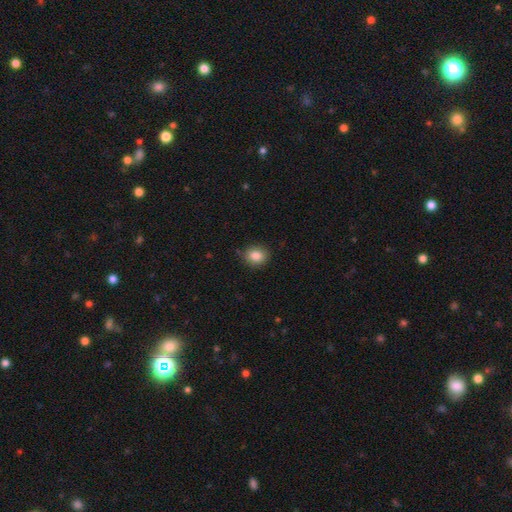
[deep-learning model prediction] A smooth galaxy with no disk features (86%) that is round (67%).

Vote fractions:
- Smooth or featured? smooth: 86% / star or artifact: 9% / featured or disk: 5%
- How rounded? round: 67% / in between: 32% / cigar-shaped: 1%
- Merging? none: 85% / minor disturbance: 11% / major disturbance: 2% / merger: 1%